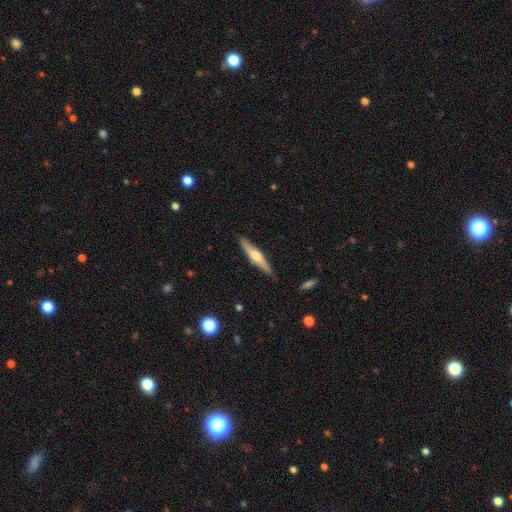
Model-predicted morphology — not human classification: smooth_or_featured: featured or disk (p=0.61) [alt: smooth p=0.34]
disk_edge_on: yes (p=0.96) [alt: no p=0.04]
edge_on_bulge: rounded (p=0.86) [alt: boxy p=0.10]
merging: none (p=0.88) [alt: minor disturbance p=0.09]